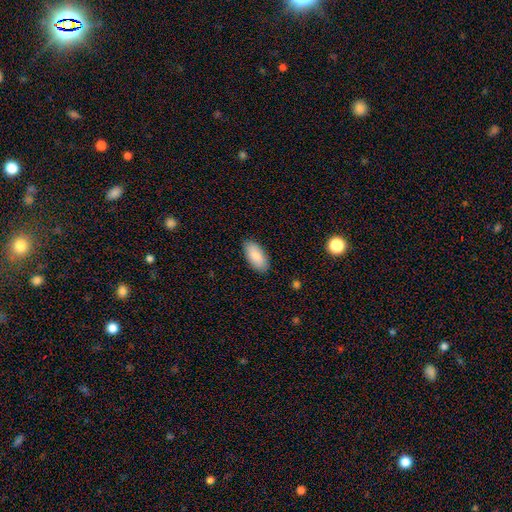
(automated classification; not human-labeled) Smooth or featured?
  - smooth: 86% *
  - featured or disk: 8%
  - star or artifact: 6%
How rounded?
  - in between: 94% *
  - cigar-shaped: 5%
  - round: 2%
Merging?
  - none: 87% *
  - minor disturbance: 10%
  - major disturbance: 2%
  - merger: 1%